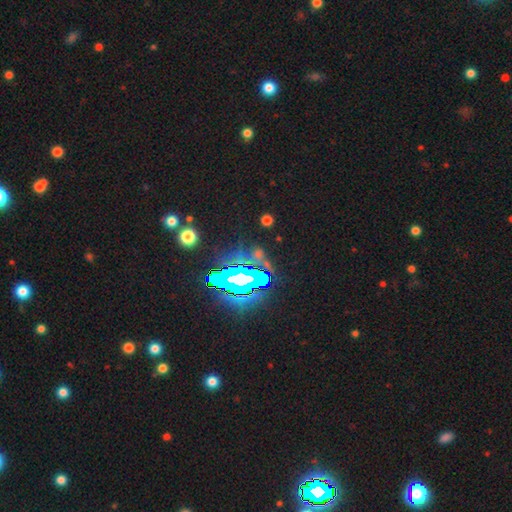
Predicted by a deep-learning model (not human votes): smooth_or_featured: star or artifact (p=0.72) [alt: featured or disk p=0.16]